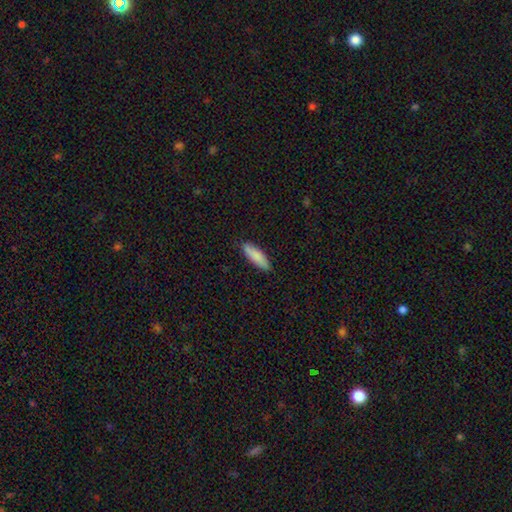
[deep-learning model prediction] smooth 87%, featured or disk 8%, star or artifact 6%. Down the decision tree: how rounded — cigar-shaped (52%); merging — none (87%).